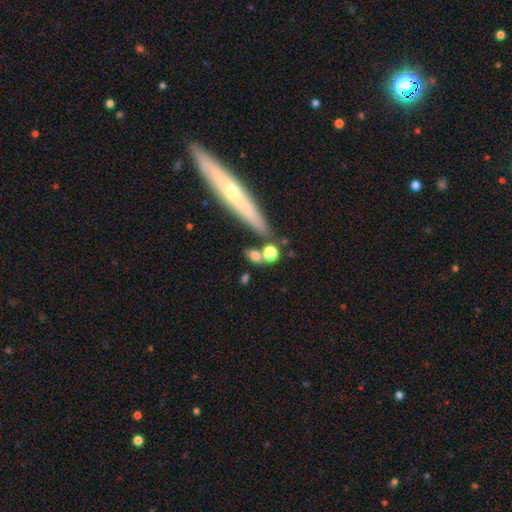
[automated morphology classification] A smooth galaxy with no disk features (73%) that is round (41%).

Vote fractions:
- Smooth or featured? smooth: 73% / featured or disk: 16% / star or artifact: 12%
- How rounded? round: 41% / in between: 39% / cigar-shaped: 20%
- Merging? none: 64% / merger: 19% / minor disturbance: 12% / major disturbance: 6%